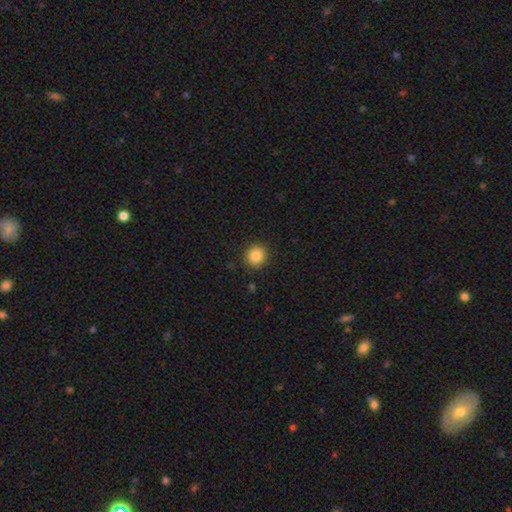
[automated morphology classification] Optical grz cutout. It shows a smooth galaxy with no disk features (85%) that is round (89%). Merging: none (90%).